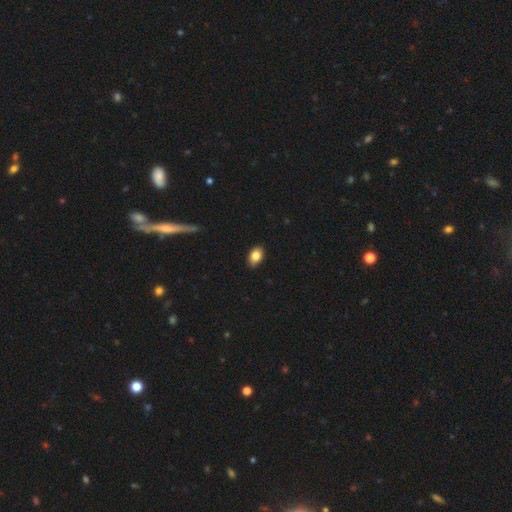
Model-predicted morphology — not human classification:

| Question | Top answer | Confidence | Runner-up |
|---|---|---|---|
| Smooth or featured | smooth | 83% | featured or disk (9%) |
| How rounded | in between | 88% | round (10%) |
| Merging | none | 87% | minor disturbance (11%) |